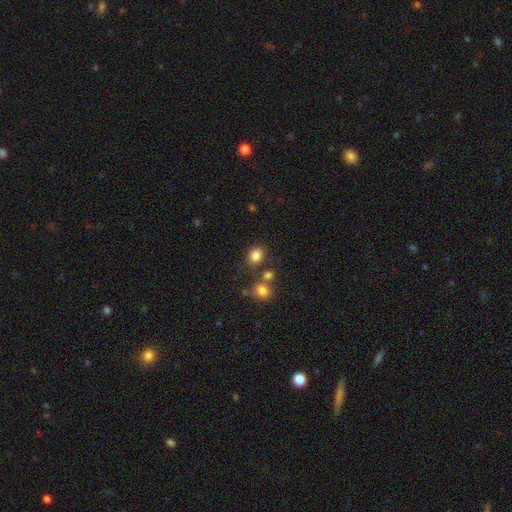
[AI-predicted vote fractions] smooth 82%, star or artifact 12%, featured or disk 6%. Down the decision tree: how rounded — round (55%); merging — none (71%).